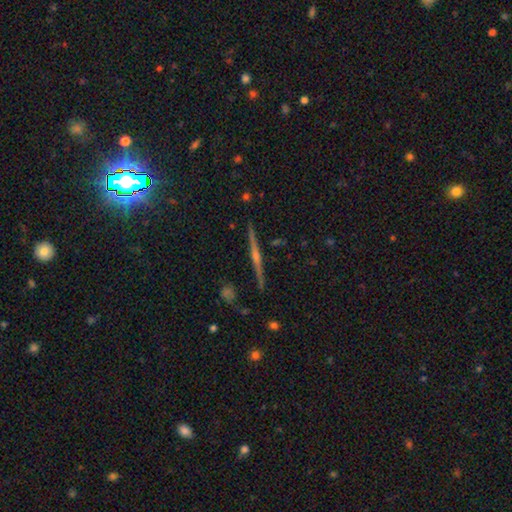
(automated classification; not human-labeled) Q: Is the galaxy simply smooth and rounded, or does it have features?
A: featured or disk — 81%.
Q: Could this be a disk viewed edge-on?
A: yes — 98%.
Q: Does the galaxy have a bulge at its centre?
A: rounded — 82%.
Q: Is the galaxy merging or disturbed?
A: none — 92%.